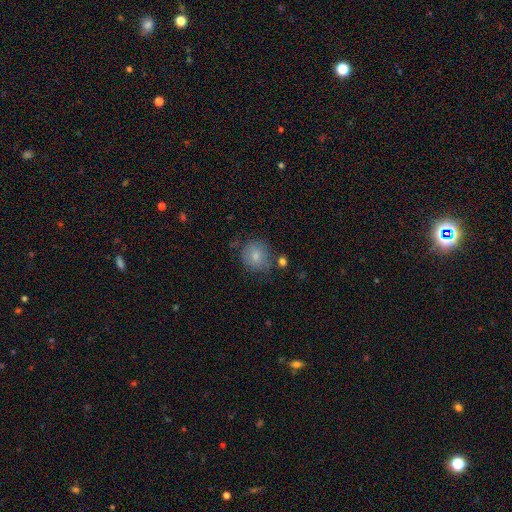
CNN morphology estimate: Q: Smooth or featured?
A: smooth (80%); runner-up: featured or disk (12%)
Q: How rounded?
A: round (83%); runner-up: in between (16%)
Q: Merging?
A: none (68%); runner-up: minor disturbance (20%)